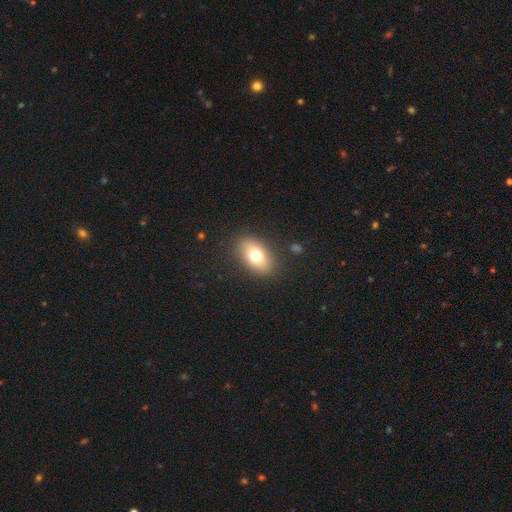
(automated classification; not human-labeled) Smooth or featured? Predicted: smooth (p=0.71). How rounded? Predicted: in between (p=0.85). Merging? Predicted: none (p=0.86).